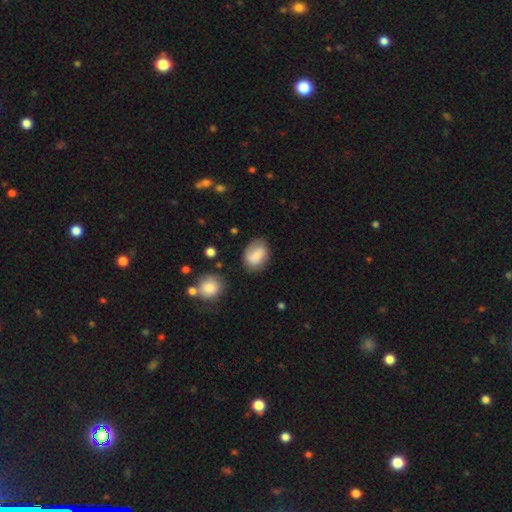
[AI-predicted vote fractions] A smooth galaxy with no disk features (77%) that is in between round and cigar-shaped (76%). Merging: none (68%).